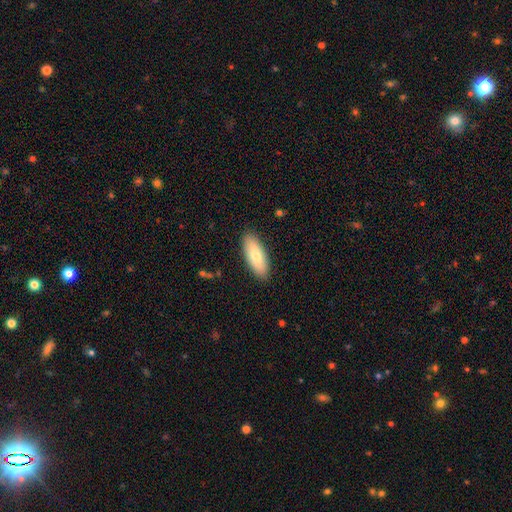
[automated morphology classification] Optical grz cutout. It shows a smooth galaxy with no disk features (73%) that is in between round and cigar-shaped (75%). Merging: none (89%).